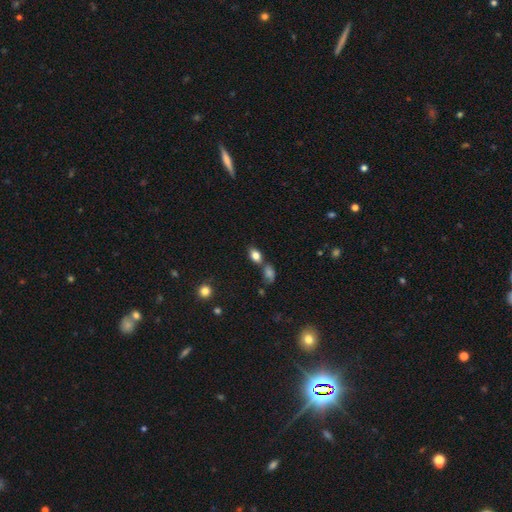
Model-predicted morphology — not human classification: smooth_or_featured: smooth (p=0.81) [alt: star or artifact p=0.10]
how_rounded: in between (p=0.84) [alt: round p=0.13]
merging: none (p=0.58) [alt: merger p=0.25]